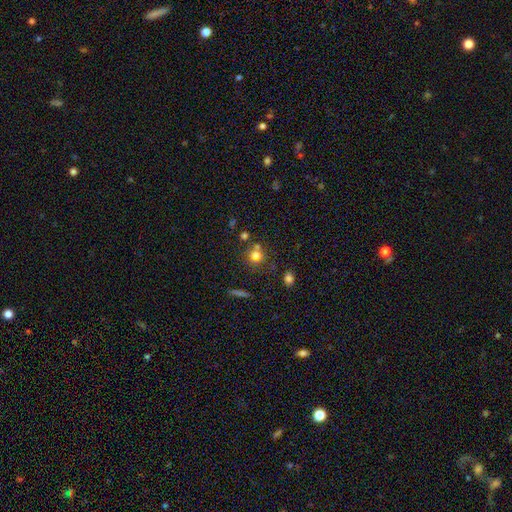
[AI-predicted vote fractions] Smooth or featured: smooth — 71% (star or artifact — 16%)
How rounded: round — 86% (in between — 12%)
Merging: none — 60% (merger — 25%)